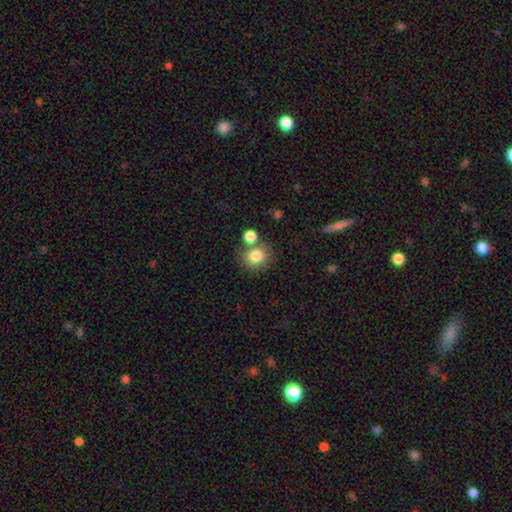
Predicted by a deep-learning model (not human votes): Smooth or featured? Predicted: smooth (p=0.82). How rounded? Predicted: round (p=0.78). Merging? Predicted: none (p=0.65).